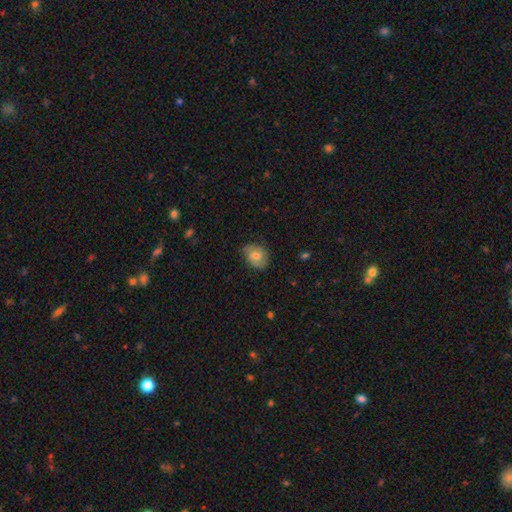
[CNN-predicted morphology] smooth 69%, featured or disk 23%, star or artifact 8%. Down the decision tree: how rounded — in between (55%); merging — none (75%).